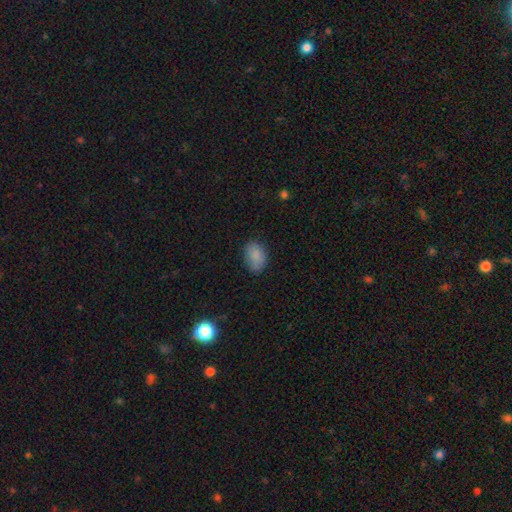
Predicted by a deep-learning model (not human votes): This is clearly a smooth galaxy (87%). How rounded: clearly in between (84%). Merging: likely none (79%).